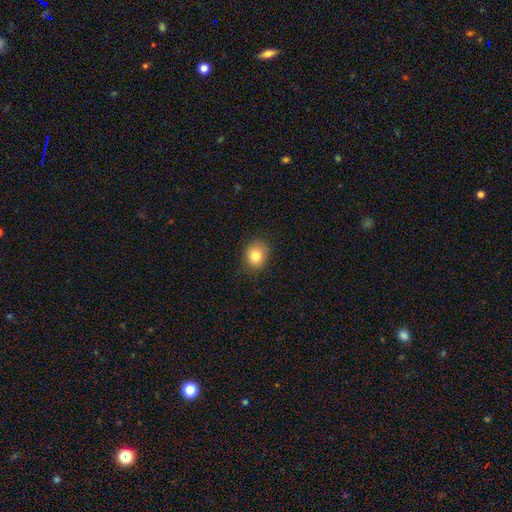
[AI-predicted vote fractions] smooth-or-featured: smooth: 81% | star or artifact: 10% | featured or disk: 8%
  how-rounded: round: 73% | in between: 26% | cigar-shaped: 1%
  merging: none: 82% | minor disturbance: 13% | major disturbance: 3% | merger: 1%